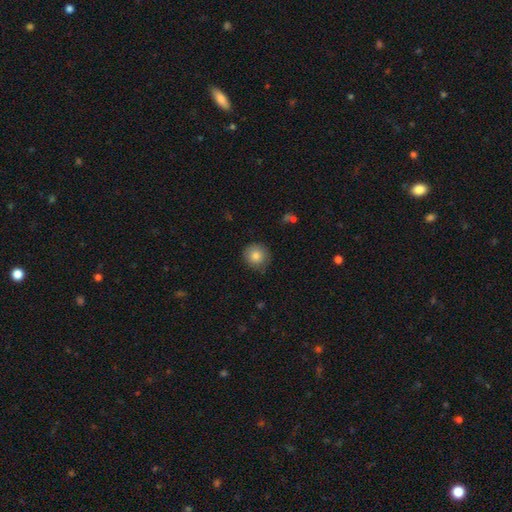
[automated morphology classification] Overall: smooth (83%). How rounded: round (93%). Merging: none (82%).